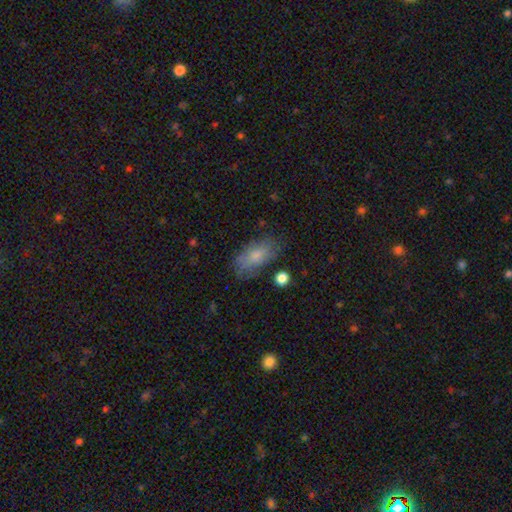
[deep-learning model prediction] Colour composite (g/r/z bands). It shows a smooth galaxy with no disk features (76%) that is in between round and cigar-shaped (90%). Merging: none (68%).